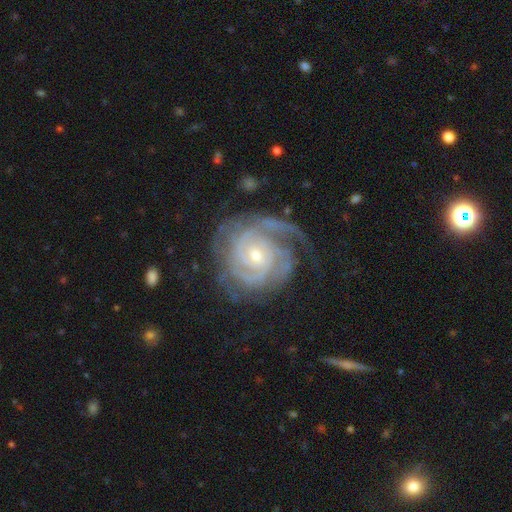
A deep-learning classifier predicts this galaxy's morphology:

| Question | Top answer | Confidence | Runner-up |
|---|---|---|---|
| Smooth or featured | featured or disk | 91% | star or artifact (5%) |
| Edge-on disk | no | 98% | yes (2%) |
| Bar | no | 64% | weak (29%) |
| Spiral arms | yes | 98% | no (2%) |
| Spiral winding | tight | 74% | medium (23%) |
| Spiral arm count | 2 | 28% | 3 (26%) |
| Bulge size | small | 63% | moderate (33%) |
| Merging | none | 67% | minor disturbance (19%) |